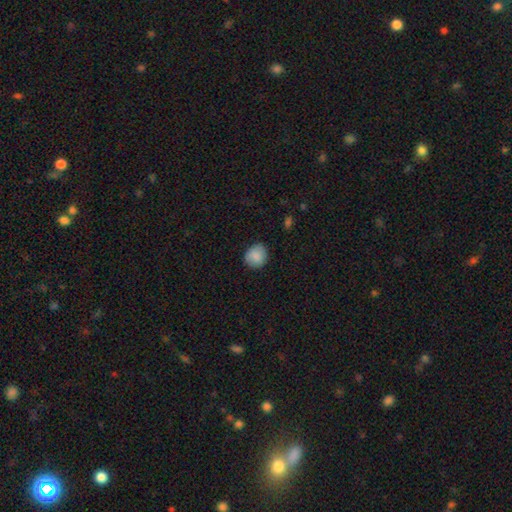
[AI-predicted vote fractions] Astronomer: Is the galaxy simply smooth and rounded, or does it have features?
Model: smooth — 87%.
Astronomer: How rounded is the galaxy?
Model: round — 76%.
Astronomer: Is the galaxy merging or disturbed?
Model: none — 82%.